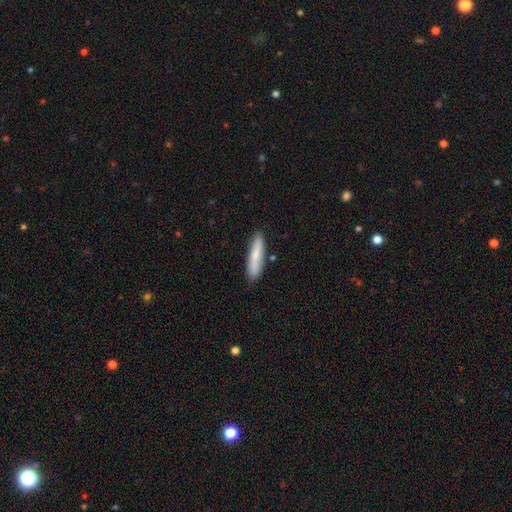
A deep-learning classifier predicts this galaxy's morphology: smooth 71%, featured or disk 23%, star or artifact 6%. Down the decision tree: how rounded — cigar-shaped (83%); merging — none (85%).